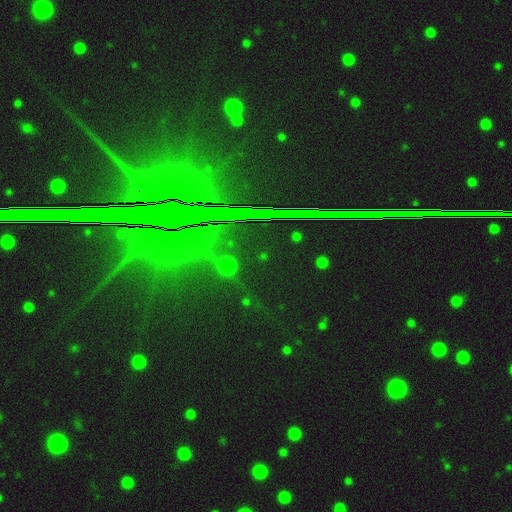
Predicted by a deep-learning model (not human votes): Morphology: type=star or artifact (86%).